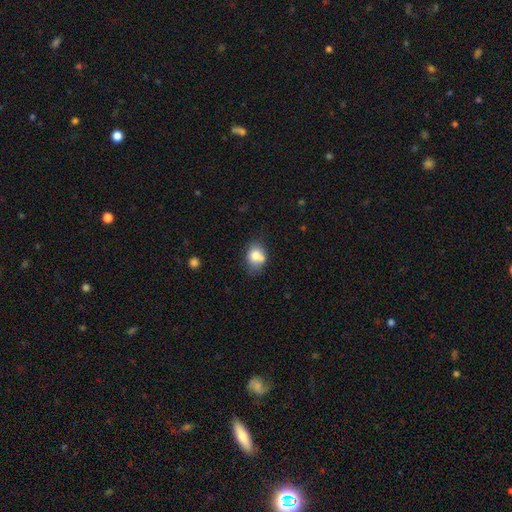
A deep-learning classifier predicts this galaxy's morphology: Smooth or featured? smooth (75%)
How rounded? in between (51%)
Merging? none (51%)